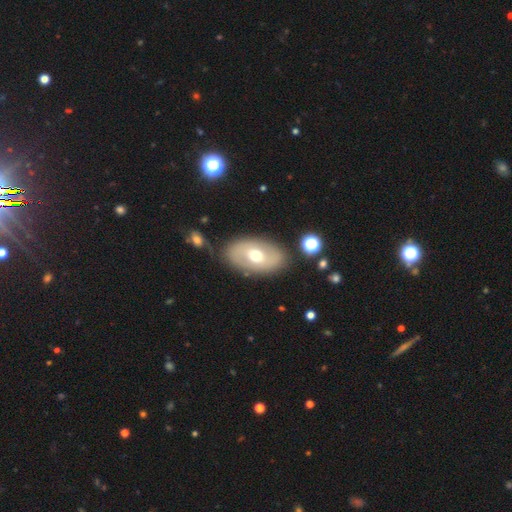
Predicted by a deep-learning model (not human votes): Smooth or featured?
  - smooth: 48% *
  - featured or disk: 45%
  - star or artifact: 7%
Merging?
  - none: 78% *
  - minor disturbance: 13%
  - major disturbance: 5%
  - merger: 4%